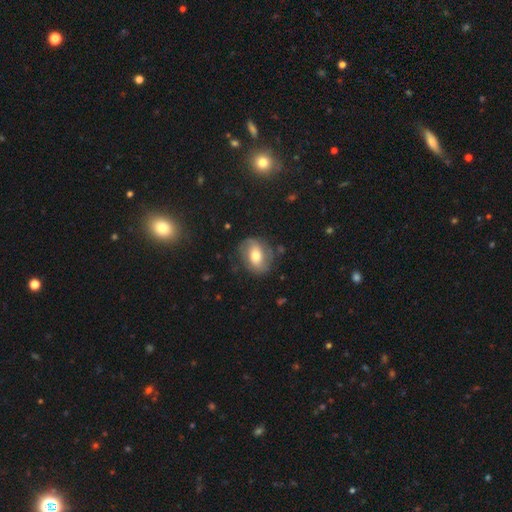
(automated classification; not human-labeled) The model was most divided on "smooth or featured": featured or disk: 49%, smooth: 43%, star or artifact: 8%. More confident: merging — none (73%).